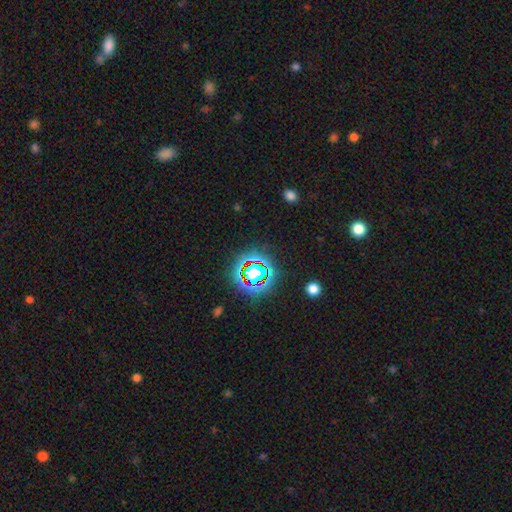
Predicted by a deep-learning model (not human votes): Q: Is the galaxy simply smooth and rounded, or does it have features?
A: star or artifact — 77%.